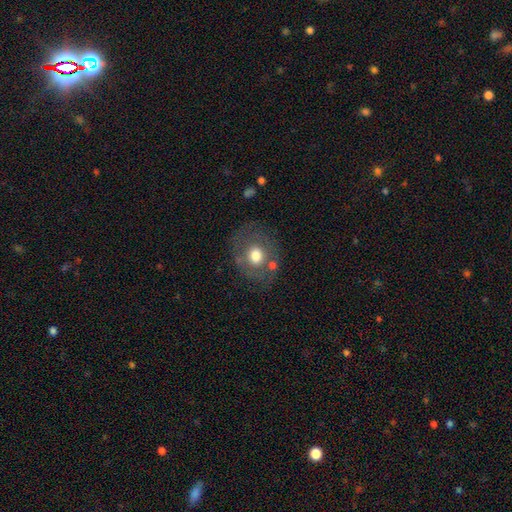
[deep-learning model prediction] A smooth galaxy with no disk features (63%) that is round (63%).

Vote fractions:
- Smooth or featured? smooth: 63% / featured or disk: 27% / star or artifact: 9%
- How rounded? round: 63% / in between: 36% / cigar-shaped: 1%
- Merging? none: 71% / minor disturbance: 15% / major disturbance: 7% / merger: 6%